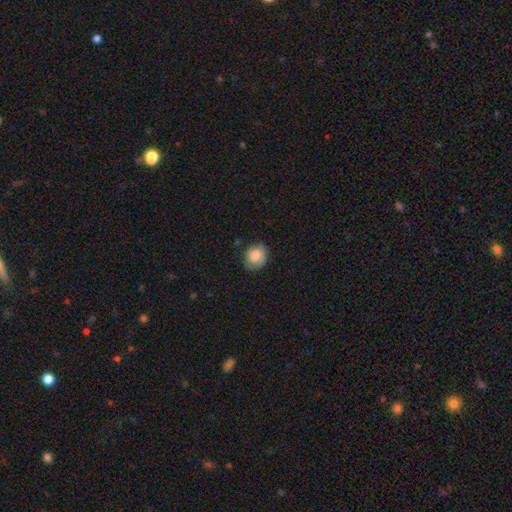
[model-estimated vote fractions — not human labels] The model was most divided on "merging": none: 73%, minor disturbance: 21%, major disturbance: 5%, merger: 1%. More confident: smooth or featured — smooth (81%); how rounded — round (77%).